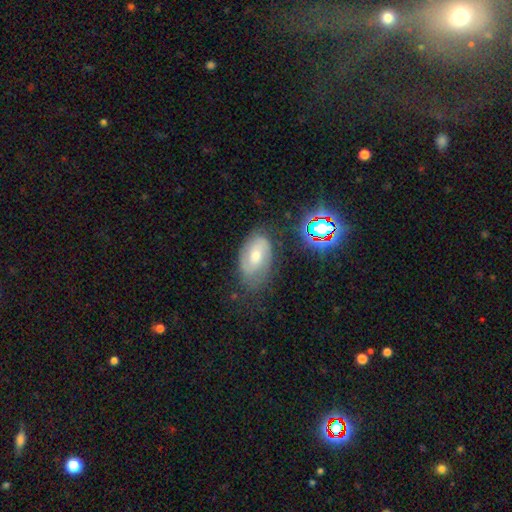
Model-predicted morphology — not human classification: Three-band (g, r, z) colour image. It shows a featured or disk galaxy (61%) with a weak bar (45%), spiral arms (86%) and a moderate central bulge (63%). Merging: none (66%).